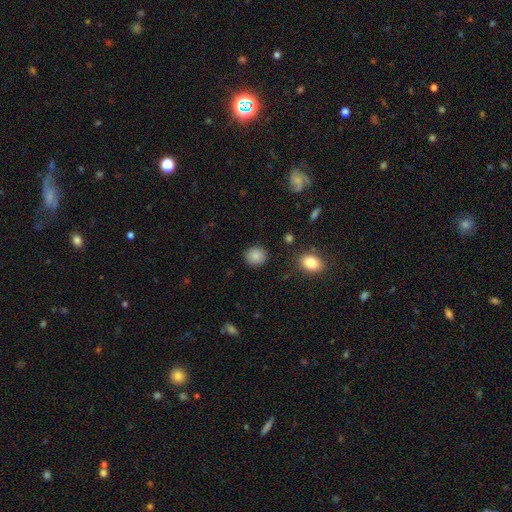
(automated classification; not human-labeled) Morphology: type=smooth (87%); roundness=round (85%); merging=none (88%).